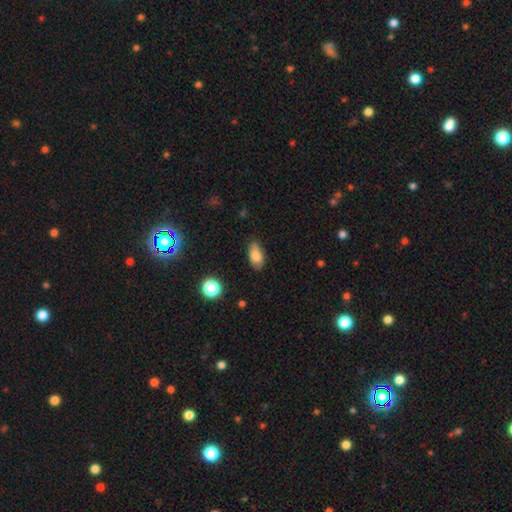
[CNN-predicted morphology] Overall: smooth (83%). How rounded: in between (90%). Merging: none (74%).